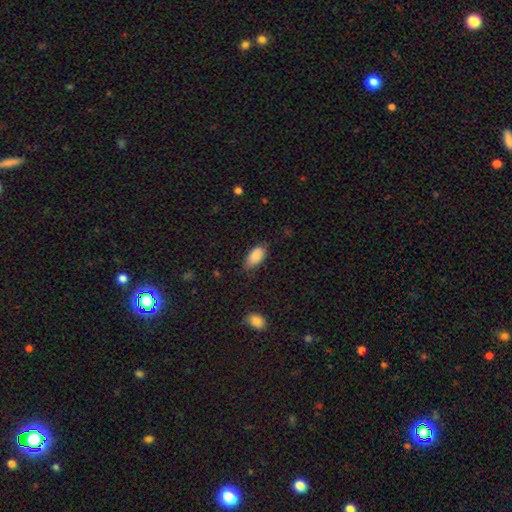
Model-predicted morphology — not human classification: type=smooth (87%); roundness=in between (93%); merging=none (68%).